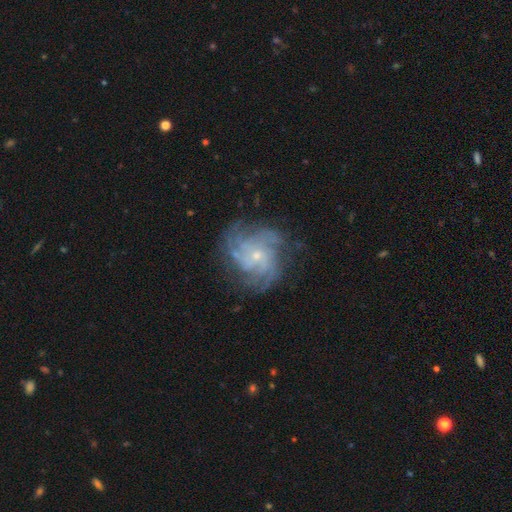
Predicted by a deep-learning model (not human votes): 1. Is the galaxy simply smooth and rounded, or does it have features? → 85% featured or disk, 8% star or artifact, 7% smooth.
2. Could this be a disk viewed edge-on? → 98% no, 2% yes.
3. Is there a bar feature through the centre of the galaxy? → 73% no, 23% weak, 4% strong.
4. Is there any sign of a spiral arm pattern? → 96% yes, 4% no.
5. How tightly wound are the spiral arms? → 49% tight, 40% medium, 11% loose.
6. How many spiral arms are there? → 33% 4, 21% can't tell, 16% 3, 15% more than 4, 8% 2, 6% 1.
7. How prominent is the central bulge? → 76% small, 19% moderate, 3% none, 1% large, 1% dominant.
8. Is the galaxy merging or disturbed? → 72% none, 17% minor disturbance, 9% major disturbance, 1% merger.